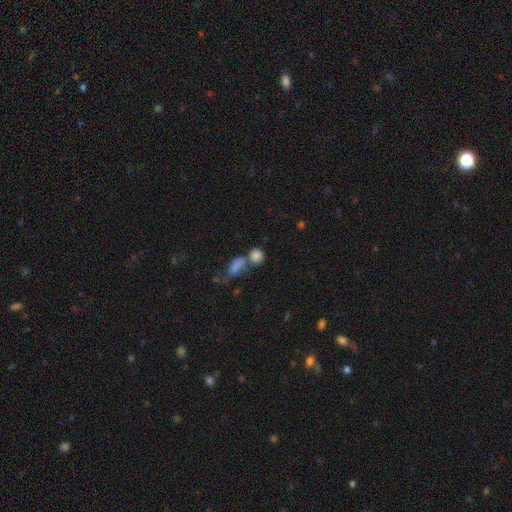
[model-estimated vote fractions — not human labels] Q: Smooth or featured?
A: smooth (82%); runner-up: star or artifact (10%)
Q: How rounded?
A: round (72%); runner-up: in between (24%)
Q: Merging?
A: merger (45%); runner-up: none (39%)